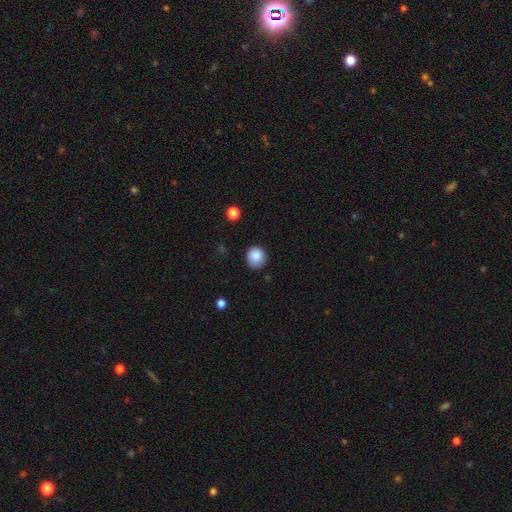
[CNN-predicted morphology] Overall: smooth (87%). How rounded: round (89%). Merging: none (84%).